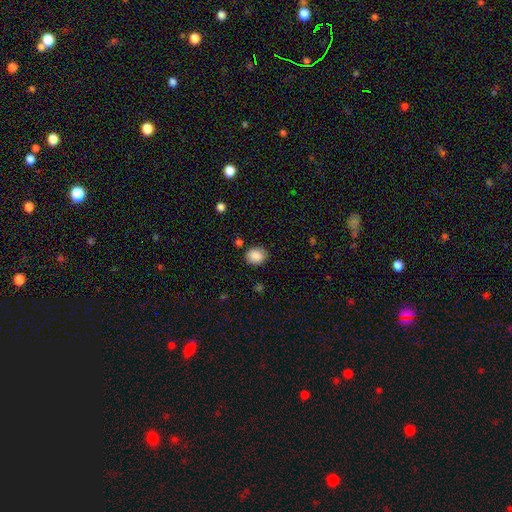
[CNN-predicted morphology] Q: Smooth or featured?
A: smooth (87%); runner-up: star or artifact (8%)
Q: How rounded?
A: round (56%); runner-up: in between (43%)
Q: Merging?
A: none (82%); runner-up: minor disturbance (12%)